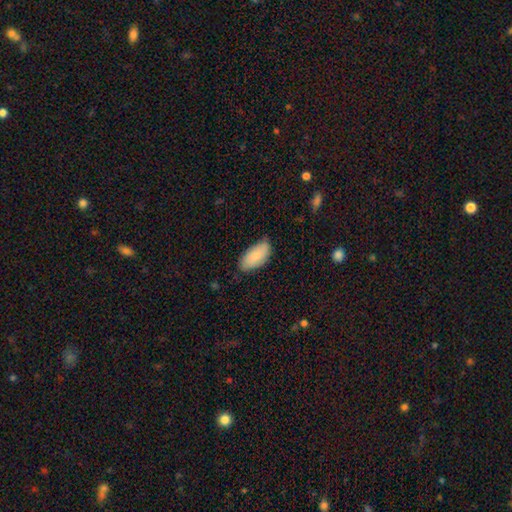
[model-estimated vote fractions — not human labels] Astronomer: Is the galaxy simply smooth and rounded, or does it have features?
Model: smooth — 85%.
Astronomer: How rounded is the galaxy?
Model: in between — 93%.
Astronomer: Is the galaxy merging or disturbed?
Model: none — 74%.